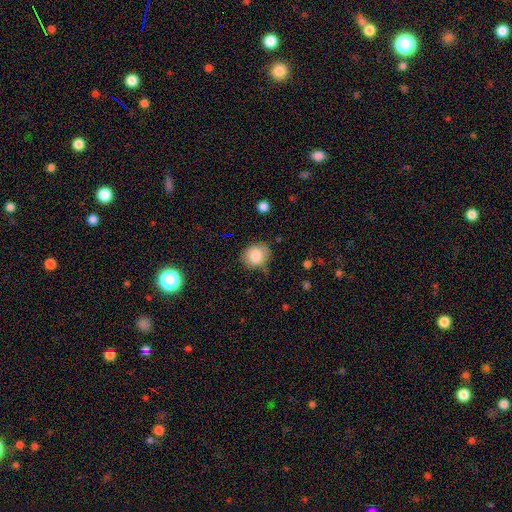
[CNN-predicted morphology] smooth-or-featured: smooth: 84% | star or artifact: 9% | featured or disk: 7%
  how-rounded: round: 68% | in between: 31% | cigar-shaped: 1%
  merging: none: 69% | minor disturbance: 23% | major disturbance: 6% | merger: 2%